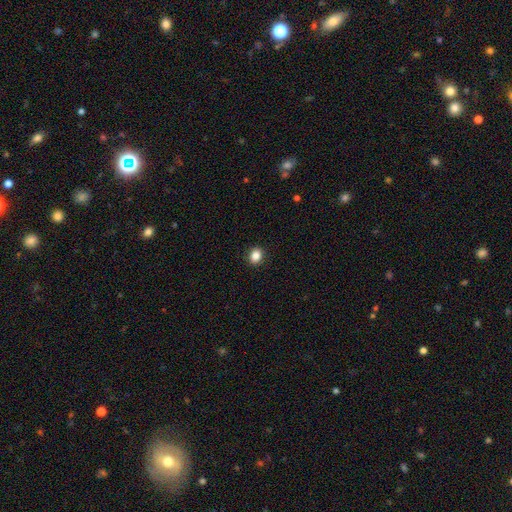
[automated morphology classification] This is clearly a smooth galaxy (86%). How rounded: possibly round (56%). Merging: clearly none (91%).